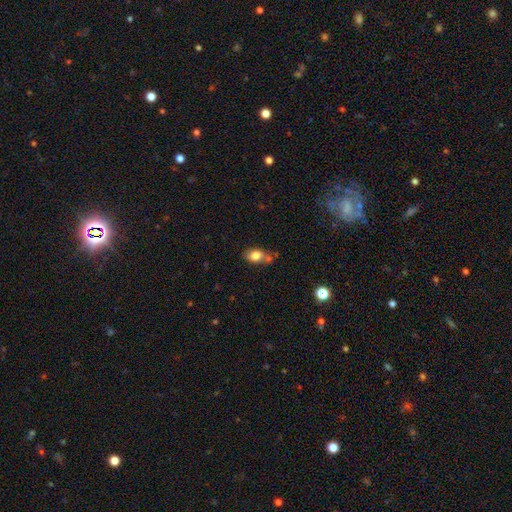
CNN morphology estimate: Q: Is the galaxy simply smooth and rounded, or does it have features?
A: smooth — 79%.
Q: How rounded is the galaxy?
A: in between — 81%.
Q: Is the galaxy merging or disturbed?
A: none — 55%.